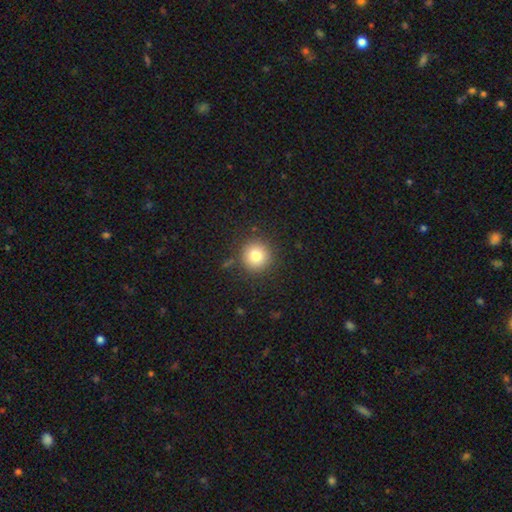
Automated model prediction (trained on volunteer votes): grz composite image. It shows a smooth galaxy with no disk features (81%) that is round (94%). Merging: none (89%).